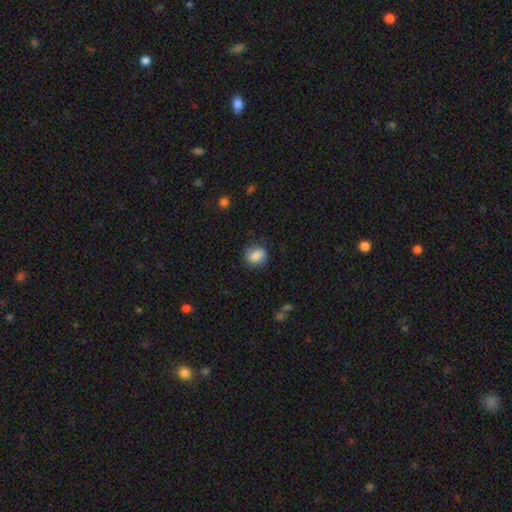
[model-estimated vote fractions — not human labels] A smooth galaxy with no disk features (83%) that is round (57%). Merging: none (75%).